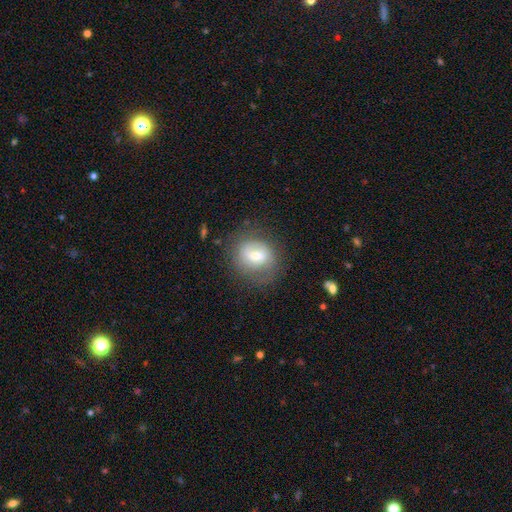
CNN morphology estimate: Smooth or featured? smooth (57%)
How rounded? round (66%)
Merging? none (63%)